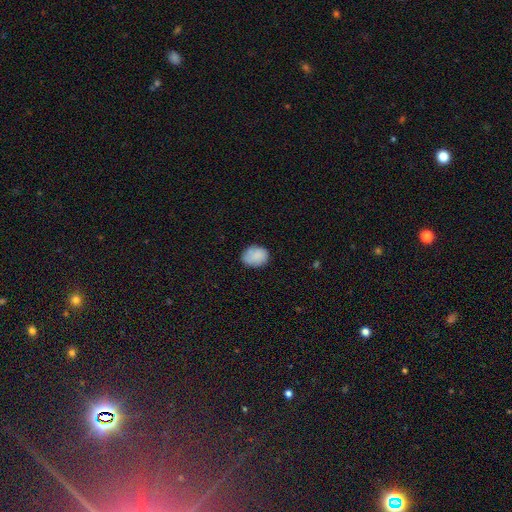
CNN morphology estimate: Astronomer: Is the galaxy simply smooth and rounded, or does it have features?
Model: smooth — 85%.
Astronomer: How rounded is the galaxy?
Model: in between — 57% (runner-up: round, 42%).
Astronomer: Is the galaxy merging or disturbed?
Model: none — 74%.